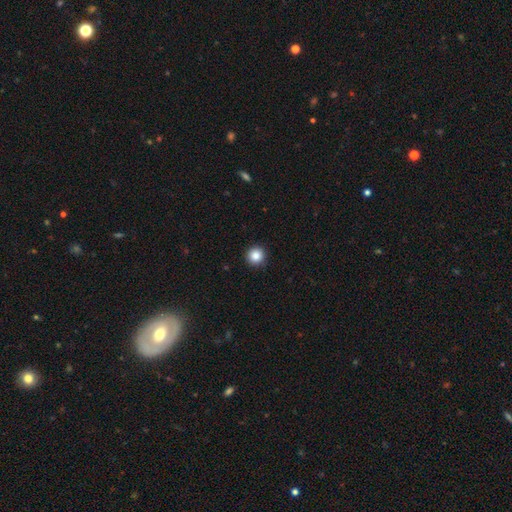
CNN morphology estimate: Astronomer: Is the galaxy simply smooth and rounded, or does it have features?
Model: smooth — 86%.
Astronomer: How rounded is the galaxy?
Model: round — 95%.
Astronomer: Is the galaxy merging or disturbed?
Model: none — 92%.